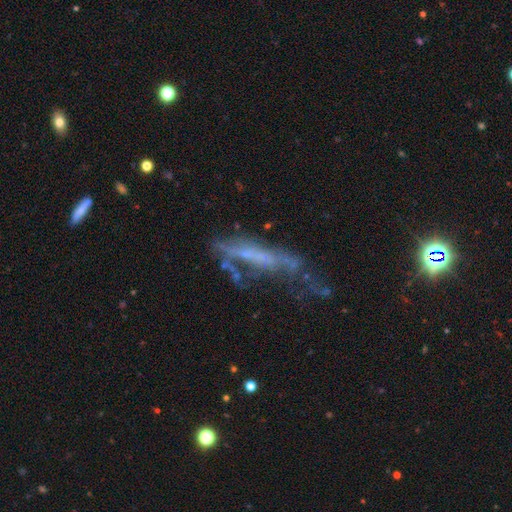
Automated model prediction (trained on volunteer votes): The model was most divided on "merging": major disturbance: 37%, none: 30%, minor disturbance: 23%, merger: 10%. More confident: smooth or featured — featured or disk (57%); edge-on disk — yes (54%).